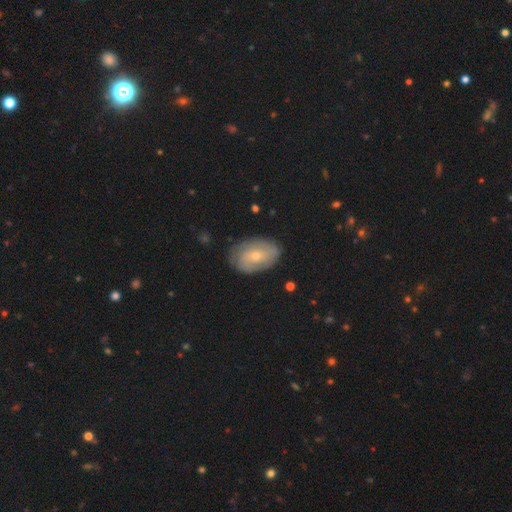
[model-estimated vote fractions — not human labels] Smooth or featured? Predicted: featured or disk (p=0.52). Edge-on disk? Predicted: no (p=0.95). Merging? Predicted: none (p=0.76).